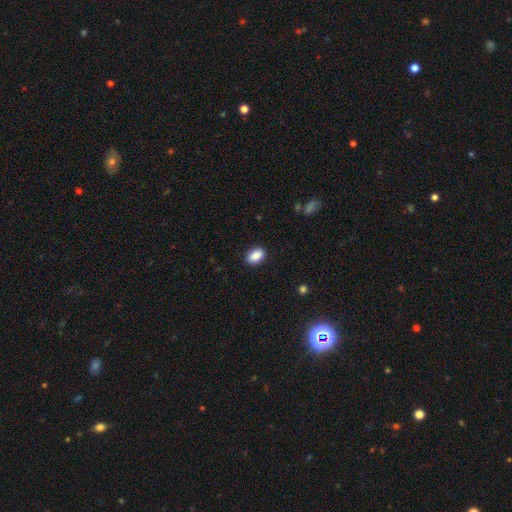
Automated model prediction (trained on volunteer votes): Smooth or featured: smooth — 89% (star or artifact — 7%)
How rounded: in between — 89% (round — 9%)
Merging: none — 89% (minor disturbance — 8%)